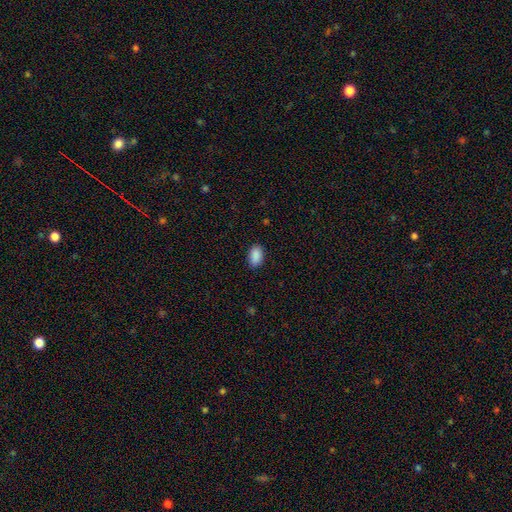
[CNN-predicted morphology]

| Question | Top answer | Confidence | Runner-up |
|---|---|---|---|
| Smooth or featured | smooth | 90% | star or artifact (7%) |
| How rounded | in between | 92% | round (6%) |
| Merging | none | 87% | minor disturbance (9%) |